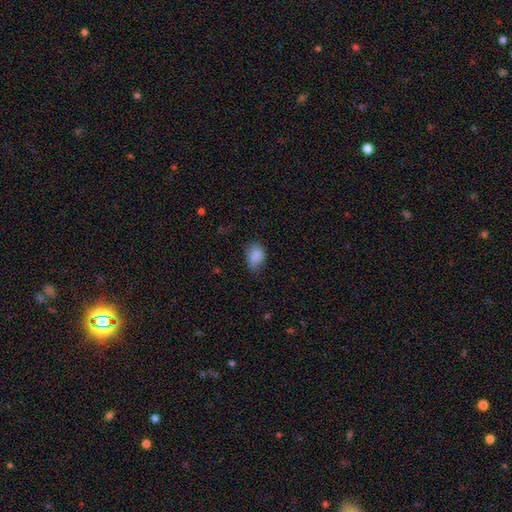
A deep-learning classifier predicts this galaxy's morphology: The model was most divided on "merging": none: 55%, minor disturbance: 34%, major disturbance: 9%, merger: 2%. More confident: smooth or featured — smooth (85%); how rounded — in between (78%).